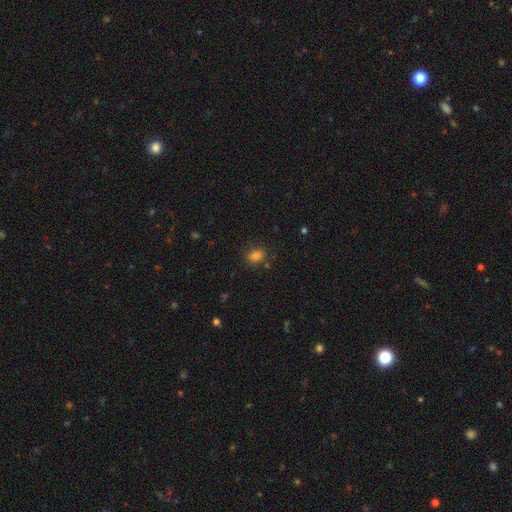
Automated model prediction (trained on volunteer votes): smooth 82%, star or artifact 13%, featured or disk 5%. Down the decision tree: how rounded — in between (64%); merging — none (80%).